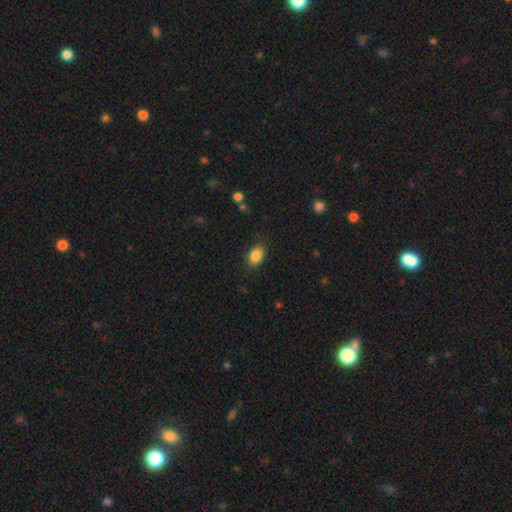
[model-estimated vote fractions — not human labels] Smooth or featured? Predicted: smooth (p=0.87). How rounded? Predicted: in between (p=0.77). Merging? Predicted: none (p=0.85).